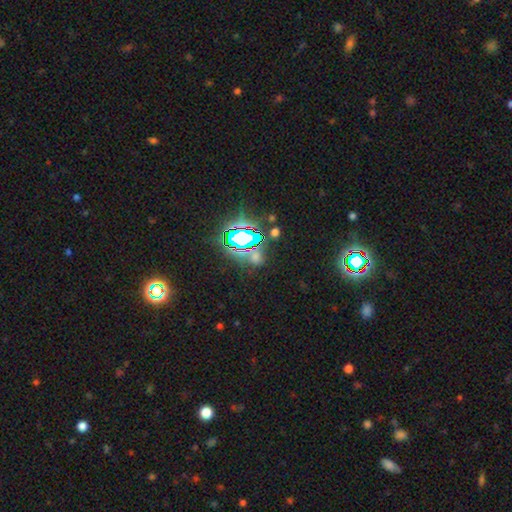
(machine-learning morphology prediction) smooth_or_featured: star or artifact (p=0.63) [alt: smooth p=0.28]